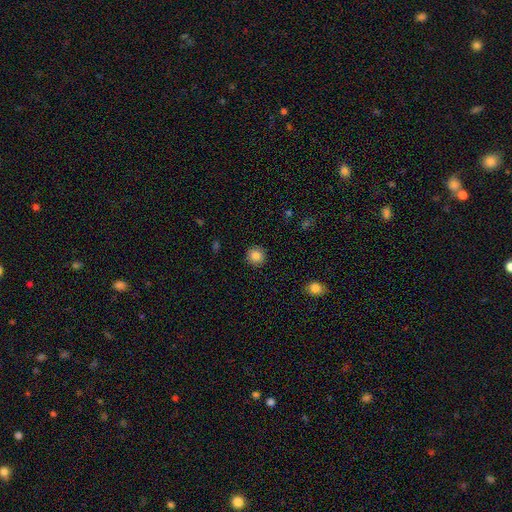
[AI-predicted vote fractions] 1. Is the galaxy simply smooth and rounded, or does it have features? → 85% smooth, 10% star or artifact, 6% featured or disk.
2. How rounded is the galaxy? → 94% round, 5% in between, 1% cigar-shaped.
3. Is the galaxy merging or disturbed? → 92% none, 5% minor disturbance, 2% major disturbance, 1% merger.